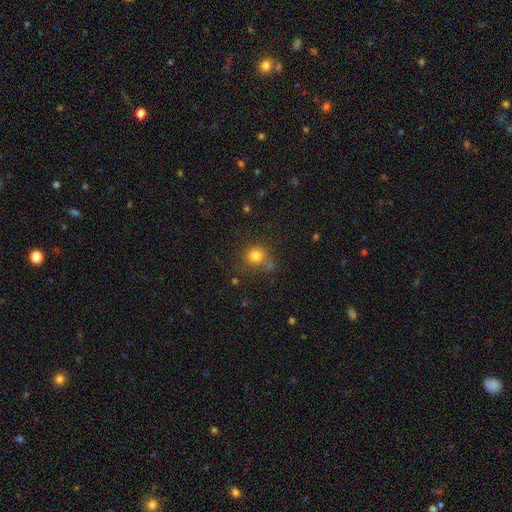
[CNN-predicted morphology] Overall: smooth (80%). How rounded: round (83%). Merging: none (62%).